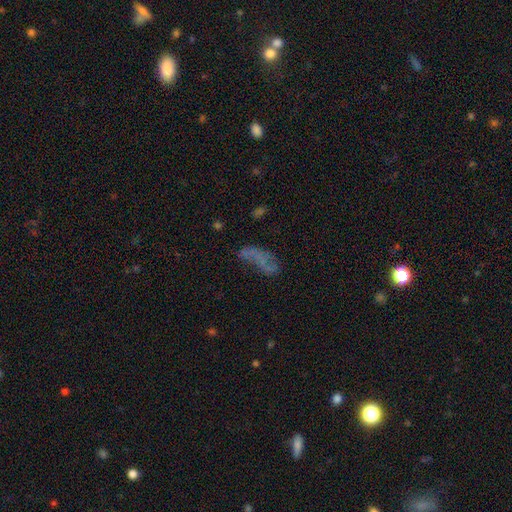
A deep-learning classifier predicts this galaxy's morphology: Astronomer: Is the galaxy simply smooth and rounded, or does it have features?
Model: featured or disk — 43% (runner-up: smooth, 37%).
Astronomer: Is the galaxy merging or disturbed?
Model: none — 42% (runner-up: major disturbance, 29%).